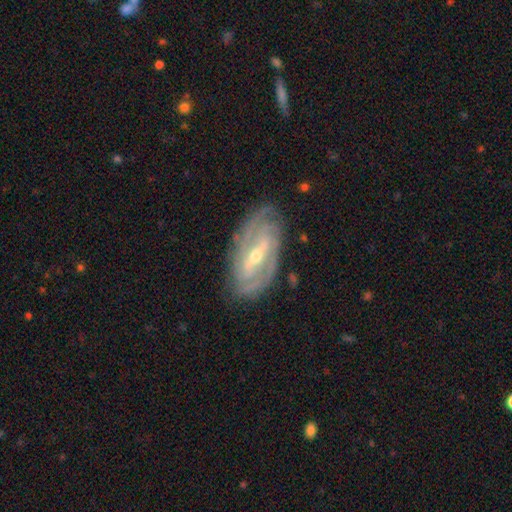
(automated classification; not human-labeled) Smooth or featured? featured or disk (86%)
Edge-on disk? no (93%)
Bar? strong (57%)
Spiral arms? yes (93%)
Spiral winding? tight (61%)
Spiral arm count? 2 (57%)
Bulge size? small (52%)
Merging? none (80%)